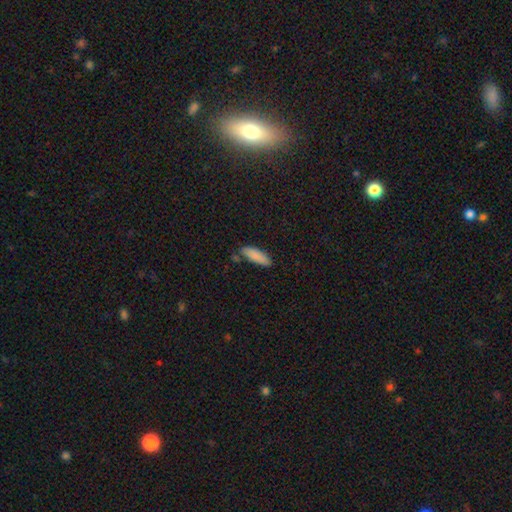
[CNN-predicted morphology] Smooth or featured?
  - smooth: 86% *
  - star or artifact: 7%
  - featured or disk: 7%
How rounded?
  - in between: 54% *
  - cigar-shaped: 45%
  - round: 2%
Merging?
  - none: 74% *
  - minor disturbance: 16%
  - merger: 6%
  - major disturbance: 3%